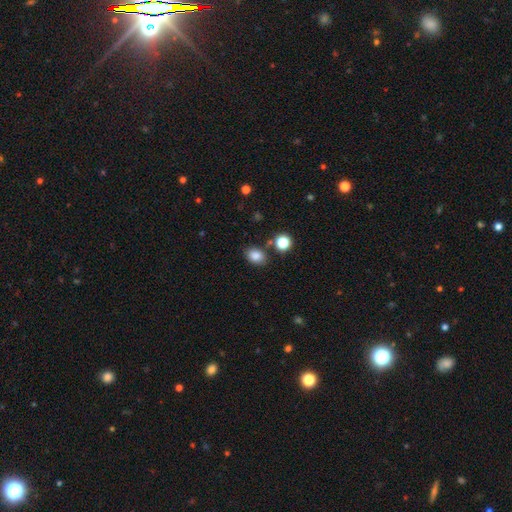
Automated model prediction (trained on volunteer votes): Smooth or featured?
  - smooth: 84% *
  - star or artifact: 11%
  - featured or disk: 5%
How rounded?
  - in between: 70% *
  - round: 29%
  - cigar-shaped: 1%
Merging?
  - none: 79% *
  - minor disturbance: 12%
  - merger: 6%
  - major disturbance: 3%